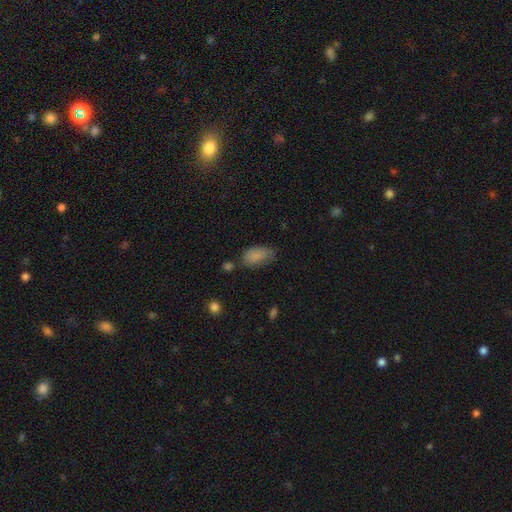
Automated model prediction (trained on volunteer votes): Q: Smooth or featured?
A: smooth (84%); runner-up: featured or disk (9%)
Q: How rounded?
A: in between (93%); runner-up: round (4%)
Q: Merging?
A: none (58%); runner-up: minor disturbance (29%)